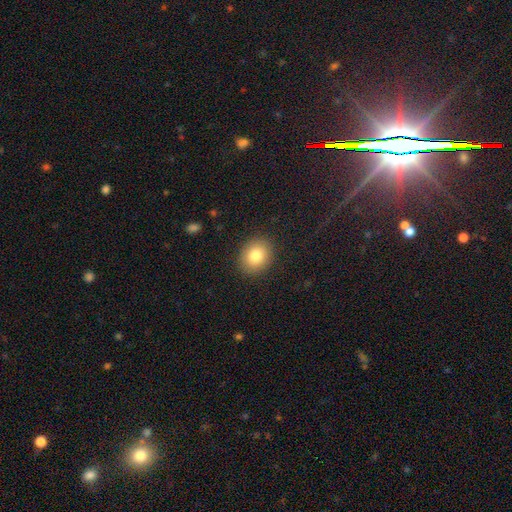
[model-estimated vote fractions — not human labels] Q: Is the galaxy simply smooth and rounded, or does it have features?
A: smooth — 82%.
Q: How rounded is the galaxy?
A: round — 57%.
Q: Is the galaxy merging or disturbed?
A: none — 89%.